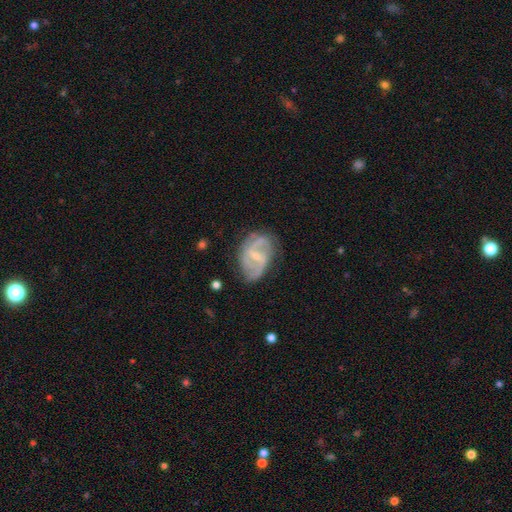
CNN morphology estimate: Smooth or featured? Predicted: featured or disk (p=0.84). Edge-on disk? Predicted: no (p=0.98). Bar? Predicted: weak (p=0.56). Spiral arms? Predicted: yes (p=0.93). Spiral winding? Predicted: medium (p=0.48). Spiral arm count? Predicted: 2 (p=0.66). Bulge size? Predicted: small (p=0.65). Merging? Predicted: none (p=0.65).